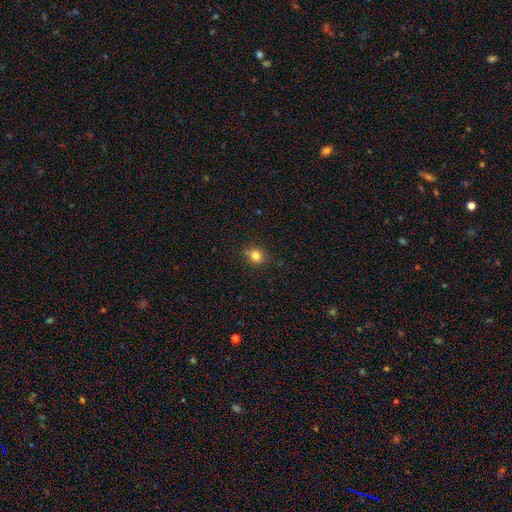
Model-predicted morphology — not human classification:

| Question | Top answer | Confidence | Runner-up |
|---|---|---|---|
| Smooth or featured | smooth | 80% | star or artifact (13%) |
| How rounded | round | 83% | in between (16%) |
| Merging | none | 78% | minor disturbance (12%) |